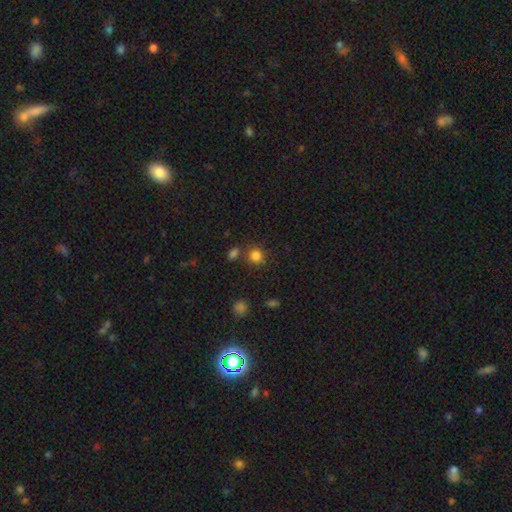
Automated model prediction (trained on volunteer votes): Smooth or featured: smooth — 82% (star or artifact — 13%)
How rounded: round — 84% (in between — 15%)
Merging: none — 74% (merger — 12%)